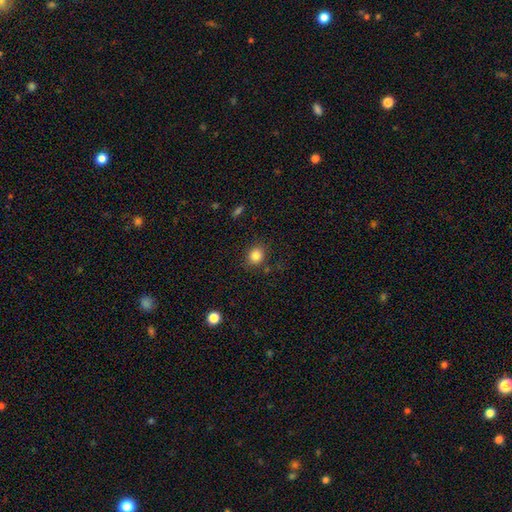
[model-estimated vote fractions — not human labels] smooth 83%, star or artifact 11%, featured or disk 6%. Down the decision tree: how rounded — round (67%); merging — none (83%).